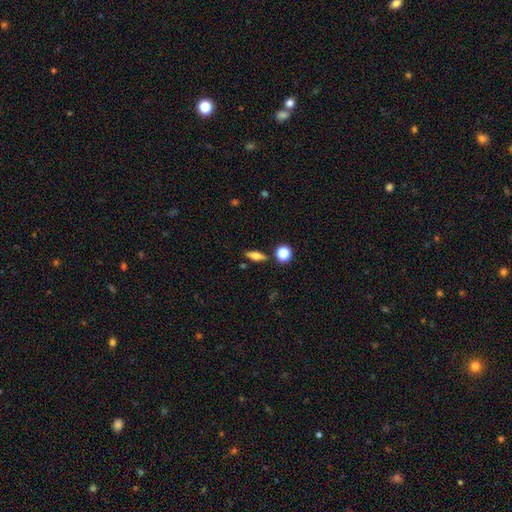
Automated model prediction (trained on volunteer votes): The model was most divided on "how rounded": in between: 53%, cigar-shaped: 37%, round: 10%. More confident: merging — none (84%); smooth or featured — smooth (56%).